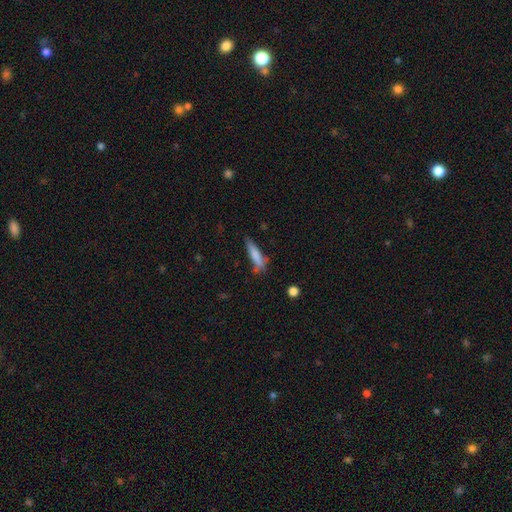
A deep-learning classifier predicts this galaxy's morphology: smooth_or_featured: smooth (p=0.78) [alt: featured or disk p=0.14]
how_rounded: cigar-shaped (p=0.79) [alt: in between p=0.20]
merging: none (p=0.58) [alt: minor disturbance p=0.28]